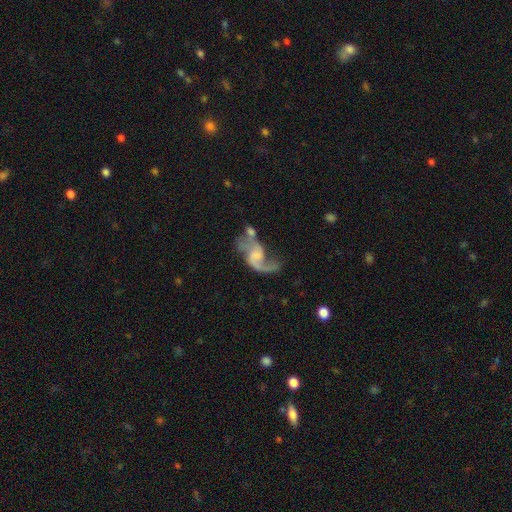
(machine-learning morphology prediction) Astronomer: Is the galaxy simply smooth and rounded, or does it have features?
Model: featured or disk — 82%.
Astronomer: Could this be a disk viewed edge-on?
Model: no — 97%.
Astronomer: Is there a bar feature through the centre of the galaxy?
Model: no — 48% (runner-up: weak, 43%).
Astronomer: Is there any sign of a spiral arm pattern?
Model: yes — 92%.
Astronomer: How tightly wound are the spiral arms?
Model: loose — 75%.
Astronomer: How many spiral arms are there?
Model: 2 — 76%.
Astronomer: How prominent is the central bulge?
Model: none — 40% (runner-up: small, 29%).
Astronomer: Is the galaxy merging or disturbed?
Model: none — 34% (runner-up: major disturbance, 26%).